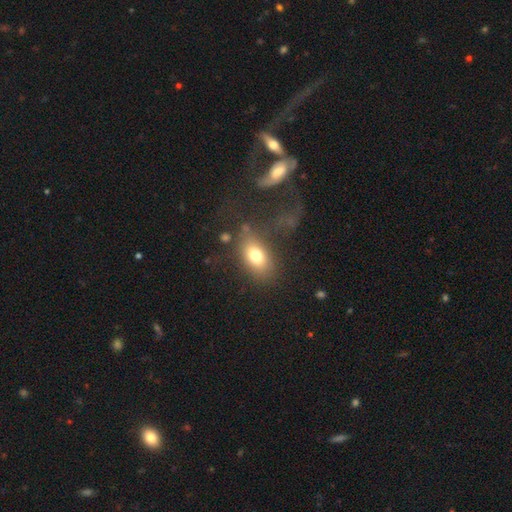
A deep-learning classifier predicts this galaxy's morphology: A smooth galaxy with no disk features (74%) that is in between round and cigar-shaped (85%). Merging: none (61%).